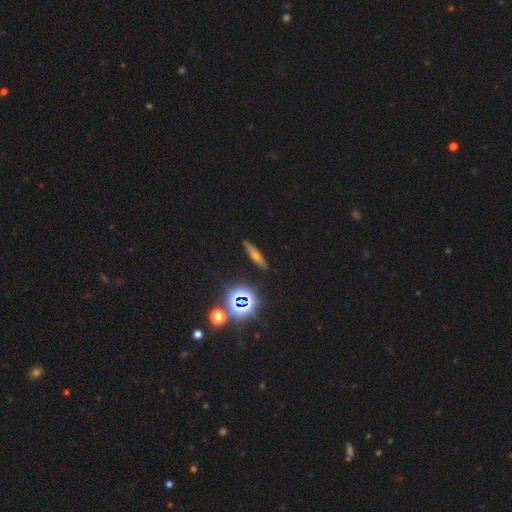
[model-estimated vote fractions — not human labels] smooth 37%, featured or disk 36%, star or artifact 27%. Down the decision tree: merging — none (88%).